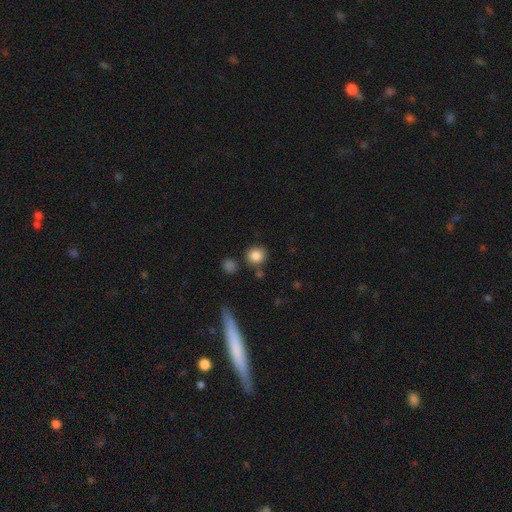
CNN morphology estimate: Smooth or featured: smooth — 85% (star or artifact — 10%)
How rounded: round — 88% (in between — 10%)
Merging: none — 79% (minor disturbance — 10%)